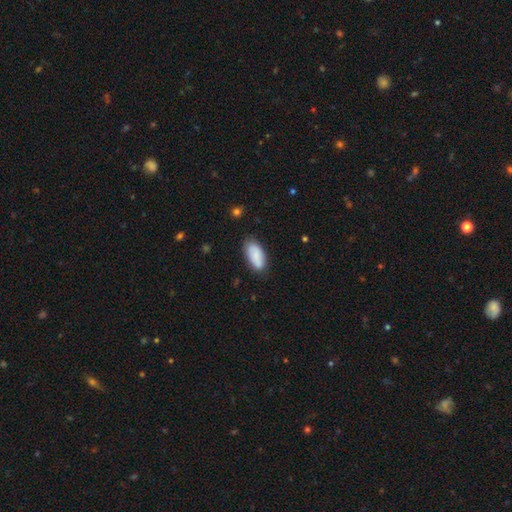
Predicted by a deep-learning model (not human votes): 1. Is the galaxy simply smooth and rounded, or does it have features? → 77% smooth, 16% featured or disk, 7% star or artifact.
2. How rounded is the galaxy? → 91% in between, 6% cigar-shaped, 2% round.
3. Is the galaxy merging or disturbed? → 76% none, 18% minor disturbance, 4% major disturbance, 2% merger.